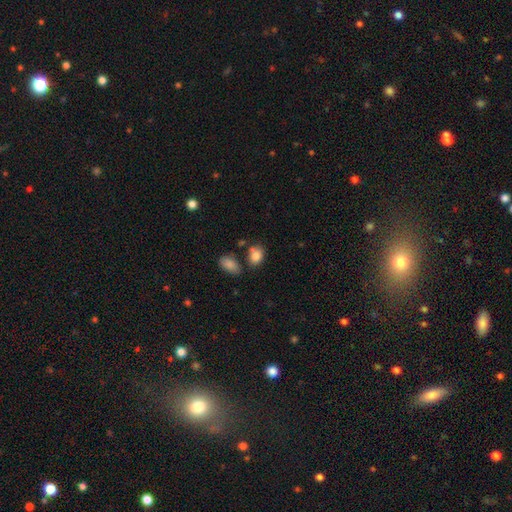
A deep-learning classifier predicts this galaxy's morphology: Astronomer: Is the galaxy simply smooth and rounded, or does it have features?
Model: smooth — 84%.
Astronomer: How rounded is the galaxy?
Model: in between — 68%.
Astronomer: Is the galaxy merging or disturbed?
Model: none — 61%.